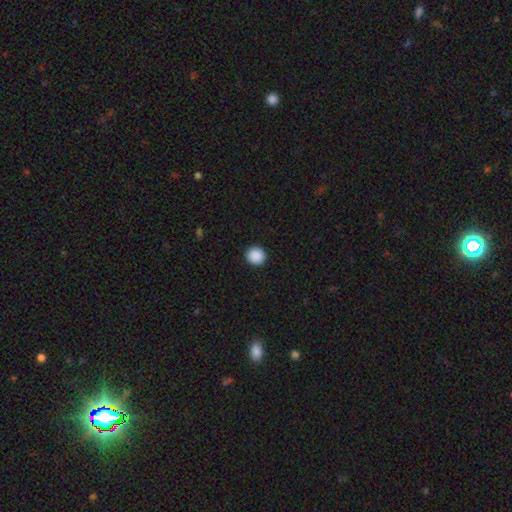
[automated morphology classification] A smooth galaxy with no disk features (89%) that is round (93%). Merging: none (93%).